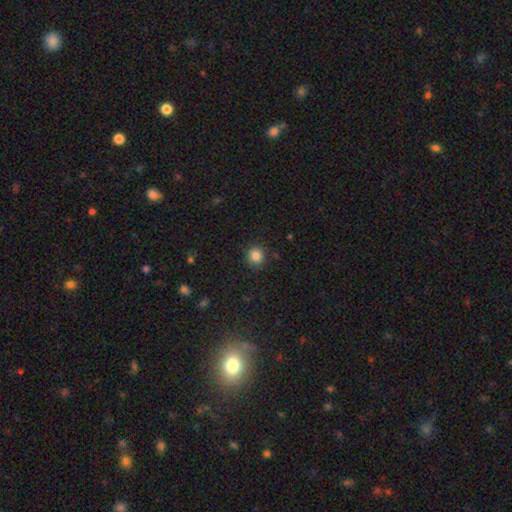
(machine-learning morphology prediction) Smooth or featured?
  - smooth: 85% *
  - star or artifact: 11%
  - featured or disk: 4%
How rounded?
  - round: 92% *
  - in between: 7%
  - cigar-shaped: 1%
Merging?
  - none: 89% *
  - minor disturbance: 7%
  - major disturbance: 2%
  - merger: 1%